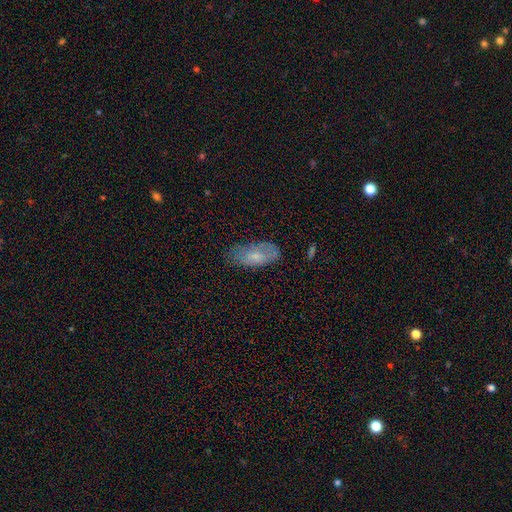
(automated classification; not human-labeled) This is likely a smooth galaxy (65%). How rounded: clearly in between (89%). Merging: likely none (61%).